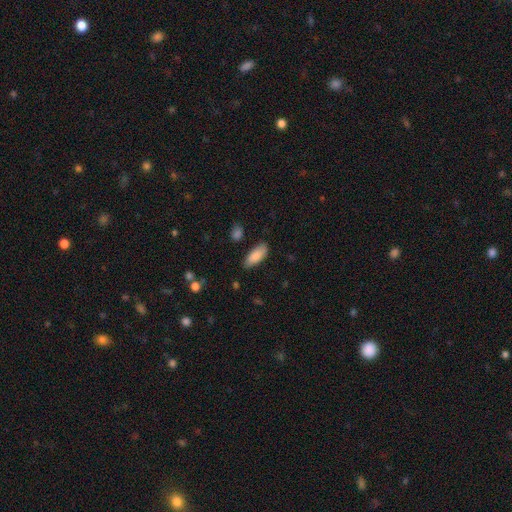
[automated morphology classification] Smooth or featured? Predicted: smooth (p=0.85). How rounded? Predicted: in between (p=0.80). Merging? Predicted: none (p=0.82).